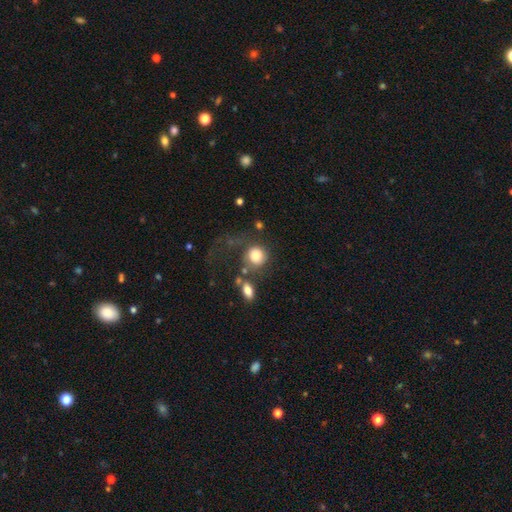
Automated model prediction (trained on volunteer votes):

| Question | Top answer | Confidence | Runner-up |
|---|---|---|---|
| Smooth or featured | smooth | 79% | featured or disk (12%) |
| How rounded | round | 82% | in between (17%) |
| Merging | none | 44% | major disturbance (22%) |